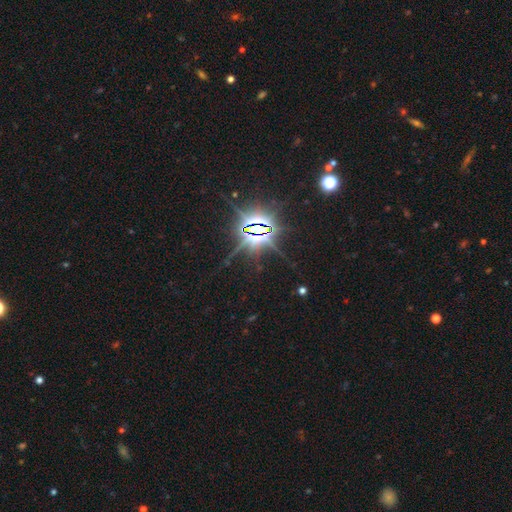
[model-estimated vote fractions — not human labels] Morphology: type=star or artifact (85%).